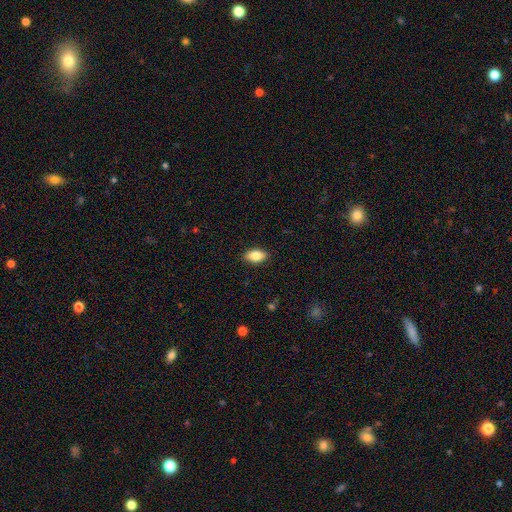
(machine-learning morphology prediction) smooth-or-featured: smooth: 84% | featured or disk: 9% | star or artifact: 7%
  how-rounded: in between: 91% | round: 5% | cigar-shaped: 4%
  merging: none: 89% | minor disturbance: 8% | major disturbance: 2% | merger: 1%